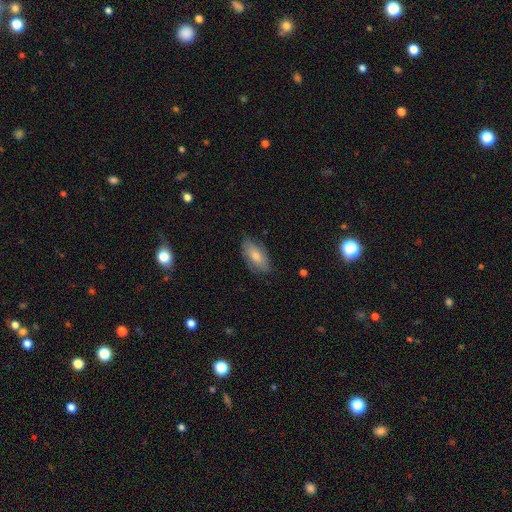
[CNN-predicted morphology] Q: Smooth or featured?
A: smooth (55%); runner-up: featured or disk (35%)
Q: How rounded?
A: in between (88%); runner-up: cigar-shaped (7%)
Q: Merging?
A: none (80%); runner-up: minor disturbance (16%)